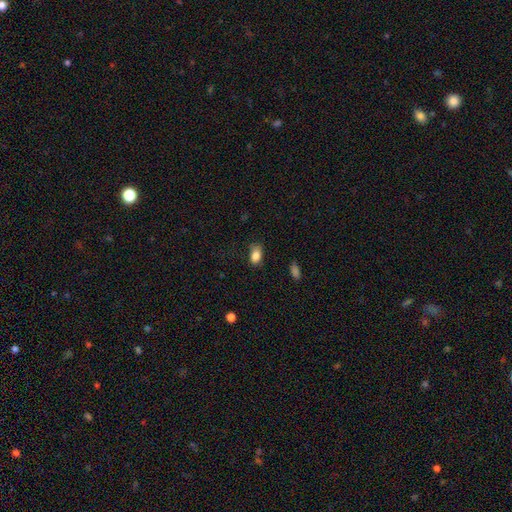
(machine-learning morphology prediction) Q: Smooth or featured?
A: smooth (84%); runner-up: star or artifact (9%)
Q: How rounded?
A: in between (87%); runner-up: round (11%)
Q: Merging?
A: none (64%); runner-up: minor disturbance (27%)